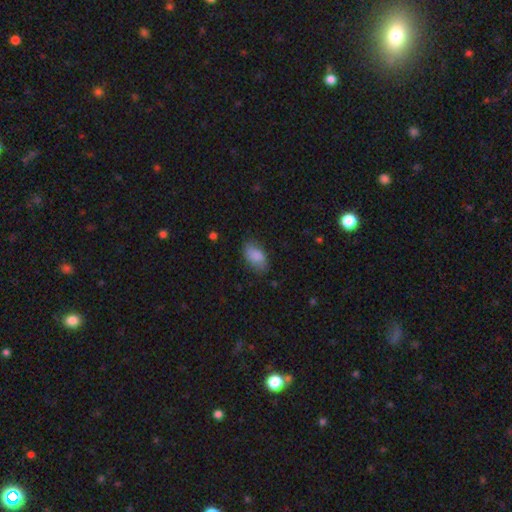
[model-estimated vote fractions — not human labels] Overall: smooth (86%). How rounded: in between (93%). Merging: none (75%).